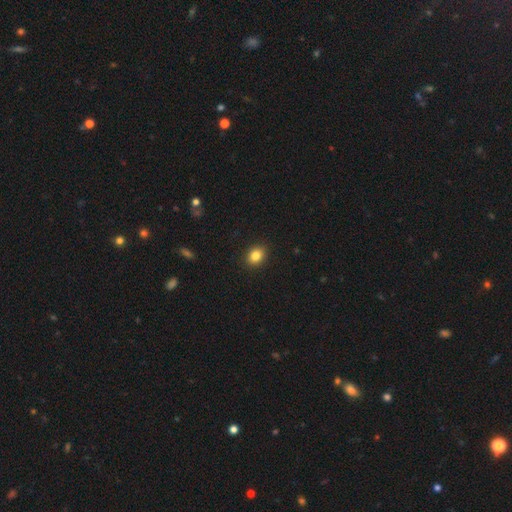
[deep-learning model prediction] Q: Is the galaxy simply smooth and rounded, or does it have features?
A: smooth — 84%.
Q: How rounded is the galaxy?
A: round — 51%.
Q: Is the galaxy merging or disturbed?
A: none — 90%.